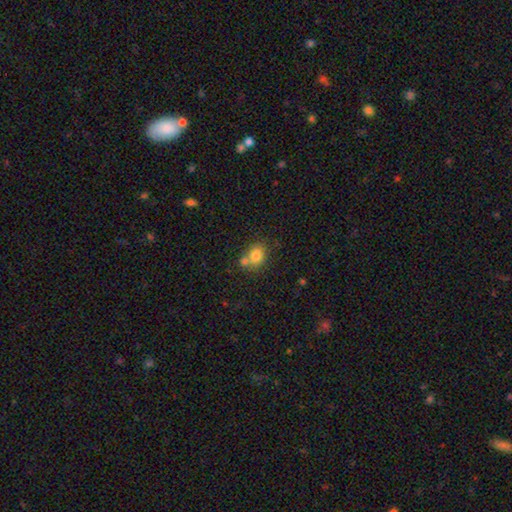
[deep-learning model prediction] Overall: smooth (80%). How rounded: round (50%; in between 49%). Merging: none (50%; merger 35%).